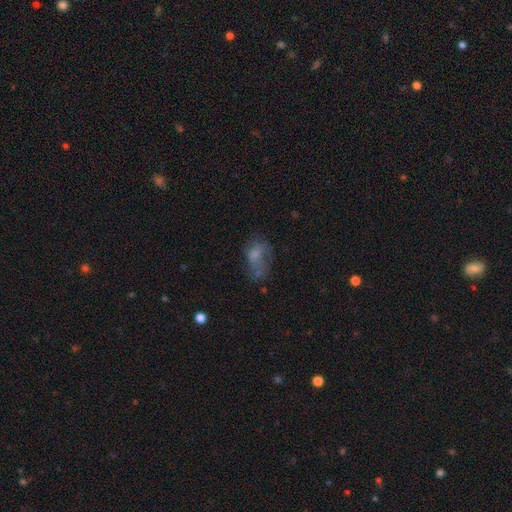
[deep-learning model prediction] Smooth or featured: smooth — 55% (featured or disk — 30%)
How rounded: in between — 83% (round — 14%)
Merging: major disturbance — 34% (none — 33%)